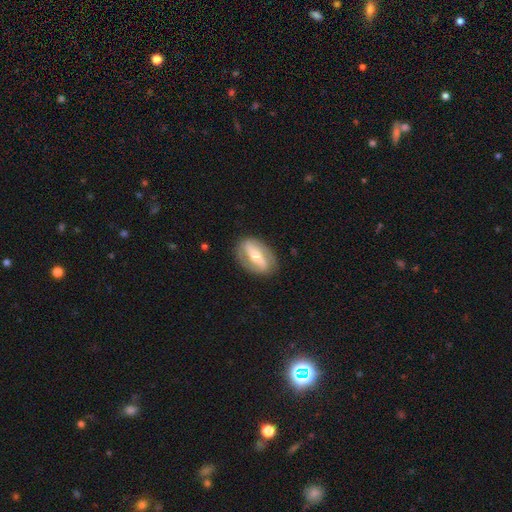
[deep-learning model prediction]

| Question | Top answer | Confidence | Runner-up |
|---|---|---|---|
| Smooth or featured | featured or disk | 72% | smooth (23%) |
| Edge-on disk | no | 89% | yes (11%) |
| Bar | strong | 65% | weak (20%) |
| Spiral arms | yes | 71% | no (29%) |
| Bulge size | moderate | 54% | small (38%) |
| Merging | none | 83% | minor disturbance (12%) |